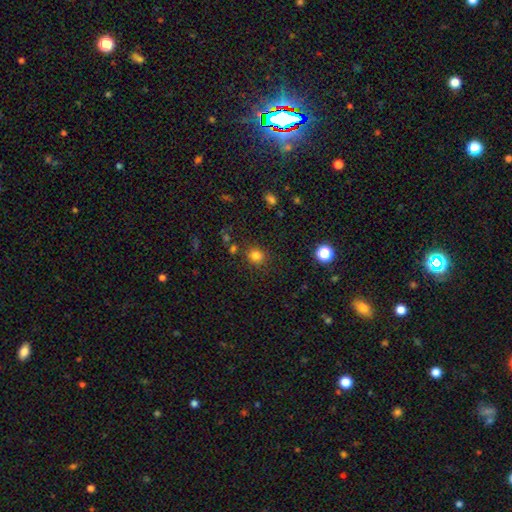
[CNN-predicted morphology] This appears to be a smooth galaxy with no disk features (80%) that is round (82%). Merging: none (83%).